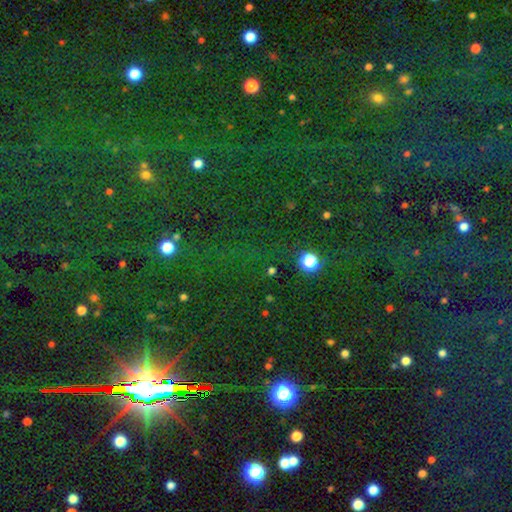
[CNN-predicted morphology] type=star or artifact (81%).